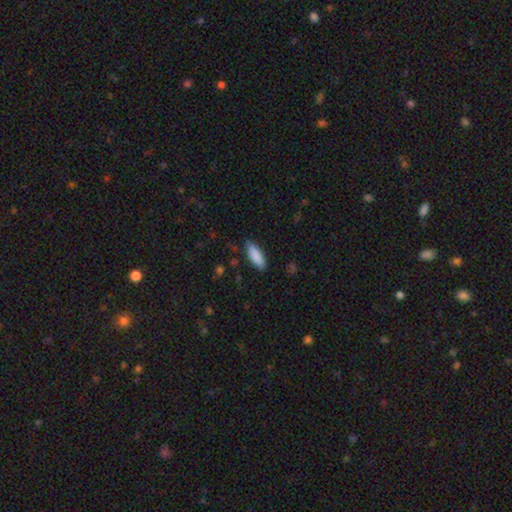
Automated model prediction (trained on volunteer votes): Q: Smooth or featured?
A: smooth (88%); runner-up: featured or disk (6%)
Q: How rounded?
A: in between (73%); runner-up: cigar-shaped (25%)
Q: Merging?
A: none (81%); runner-up: minor disturbance (15%)